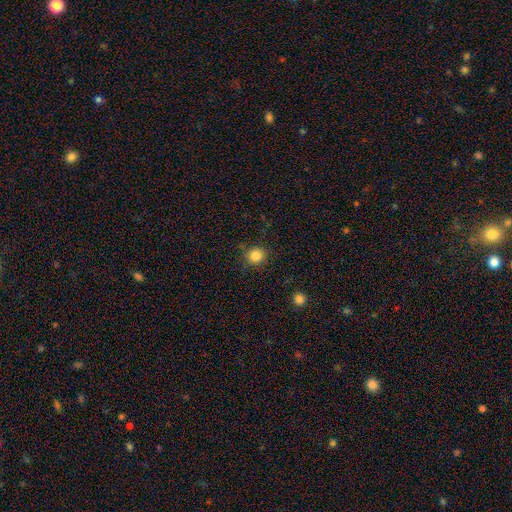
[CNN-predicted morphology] A smooth galaxy with no disk features (84%) that is round (92%). Merging: none (85%).